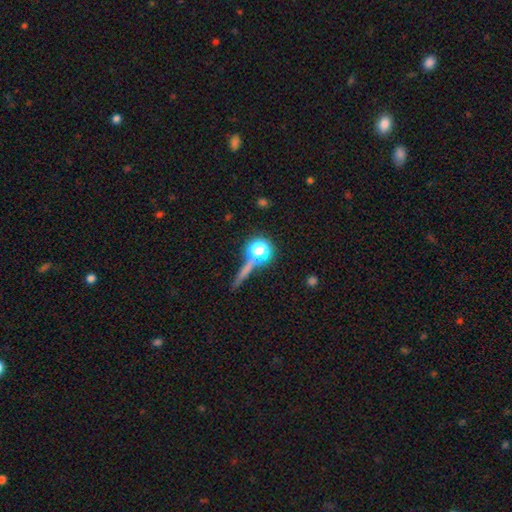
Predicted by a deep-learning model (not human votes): smooth 41%, star or artifact 39%, featured or disk 20%. Down the decision tree: merging — none (70%).